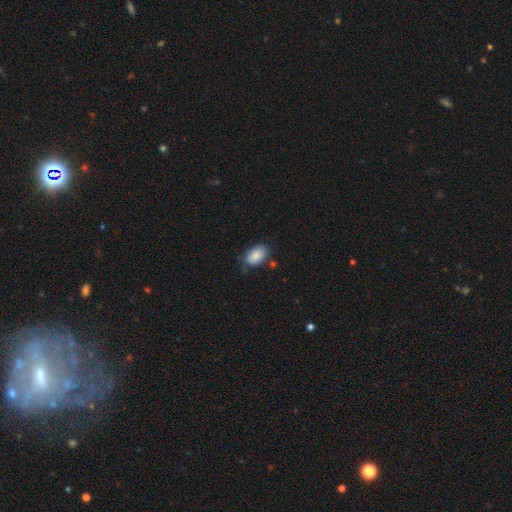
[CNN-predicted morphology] Smooth or featured: smooth — 86% (featured or disk — 7%)
How rounded: in between — 91% (round — 8%)
Merging: none — 69% (minor disturbance — 23%)